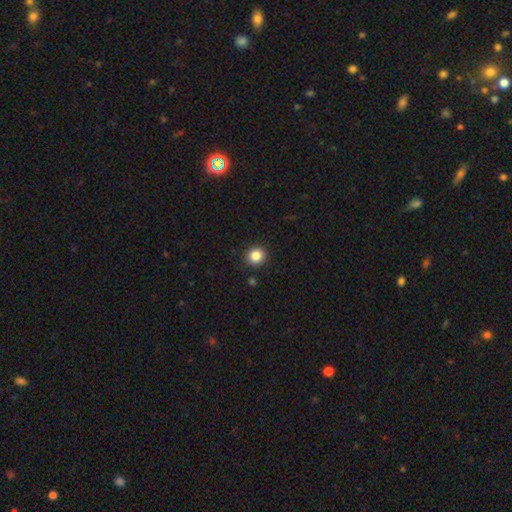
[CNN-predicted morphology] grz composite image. It shows a smooth galaxy with no disk features (85%) that is round (92%). Merging: none (92%).